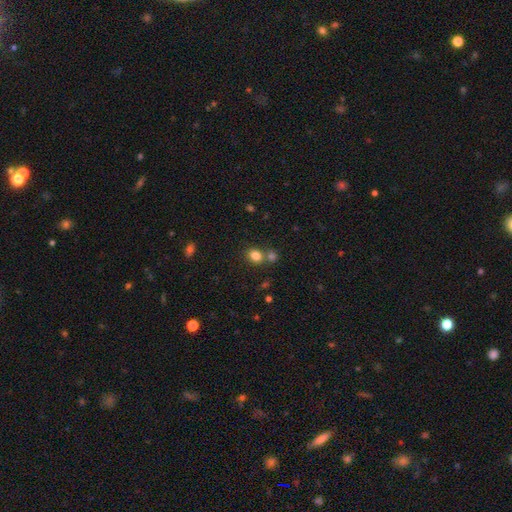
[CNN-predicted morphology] Q: Smooth or featured?
A: smooth (82%); runner-up: star or artifact (12%)
Q: How rounded?
A: round (55%); runner-up: in between (44%)
Q: Merging?
A: none (61%); runner-up: merger (27%)